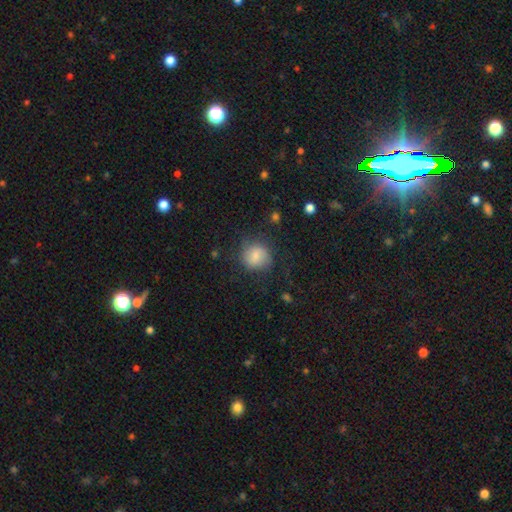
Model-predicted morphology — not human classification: smooth 77%, featured or disk 14%, star or artifact 9%. Down the decision tree: how rounded — round (84%); merging — none (69%).